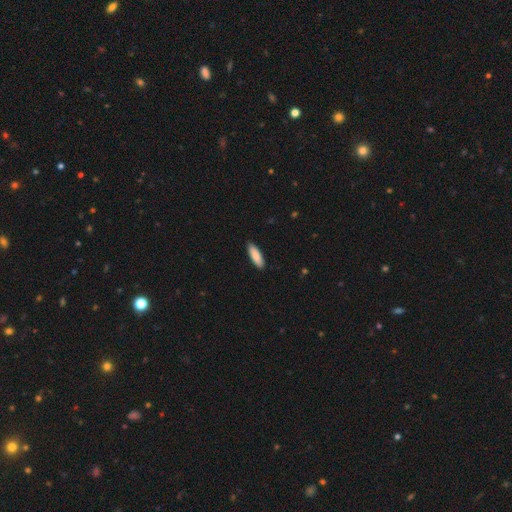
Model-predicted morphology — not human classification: A smooth galaxy with no disk features (86%) that is in between round and cigar-shaped (54%). Merging: none (89%).